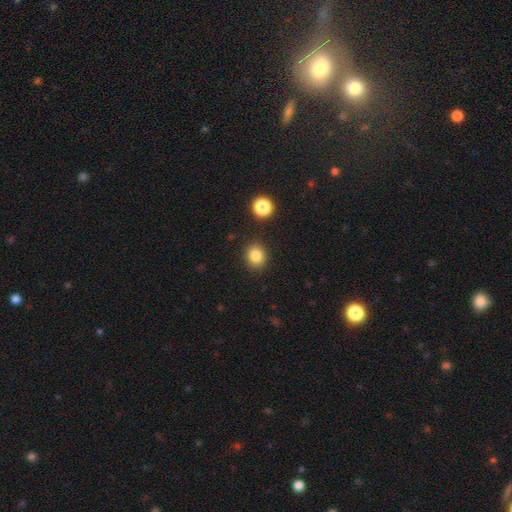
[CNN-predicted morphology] smooth 84%, star or artifact 11%, featured or disk 5%. Down the decision tree: how rounded — round (72%); merging — none (87%).